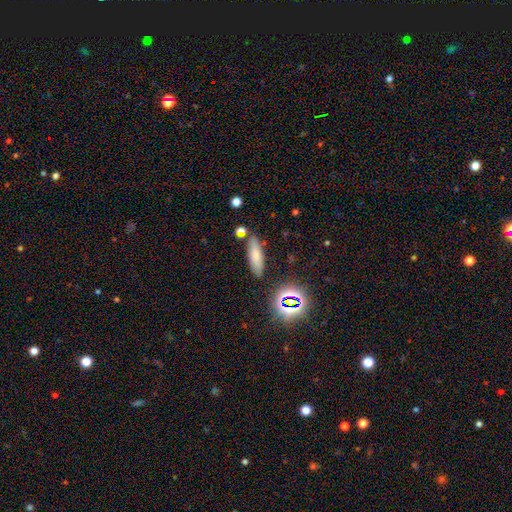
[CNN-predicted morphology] Smooth or featured? smooth (73%)
How rounded? in between (48%, tied with cigar-shaped)
Merging? none (81%)